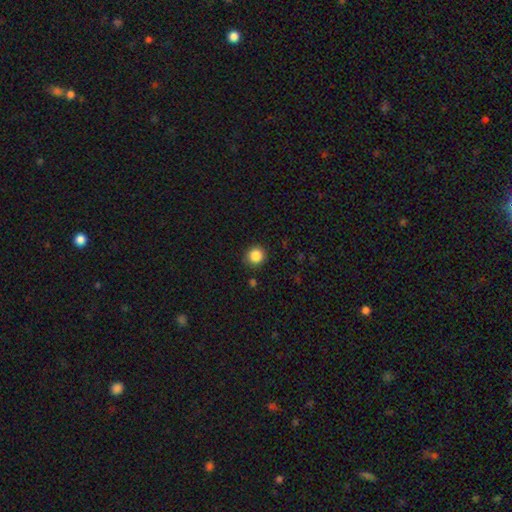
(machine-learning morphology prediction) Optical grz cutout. It shows a smooth galaxy with no disk features (87%) that is round (91%). Merging: none (88%).